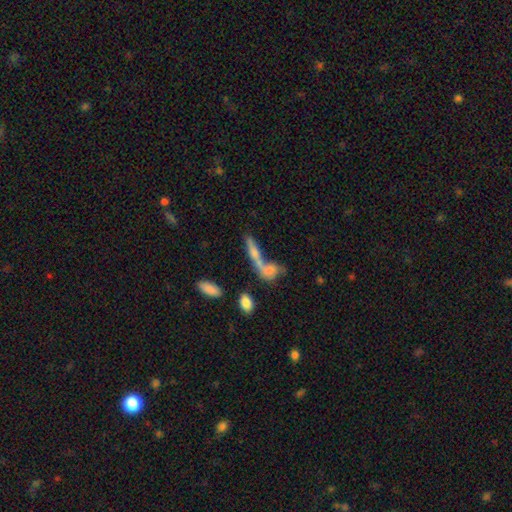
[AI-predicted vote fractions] This is possibly a smooth galaxy (51%). How rounded: possibly cigar-shaped (53%). Merging: possibly merger (51%).